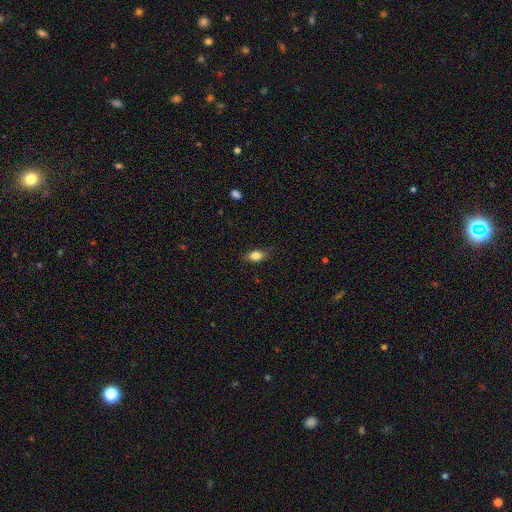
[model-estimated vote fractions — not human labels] smooth-or-featured: smooth: 81% | featured or disk: 11% | star or artifact: 8%
  how-rounded: in between: 83% | round: 10% | cigar-shaped: 7%
  merging: none: 80% | minor disturbance: 16% | major disturbance: 3% | merger: 1%